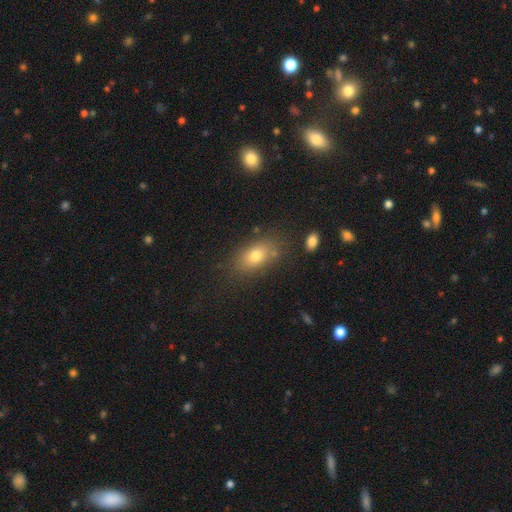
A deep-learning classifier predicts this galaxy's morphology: Smooth or featured: smooth — 76% (featured or disk — 13%)
How rounded: in between — 83% (round — 13%)
Merging: none — 77% (minor disturbance — 14%)